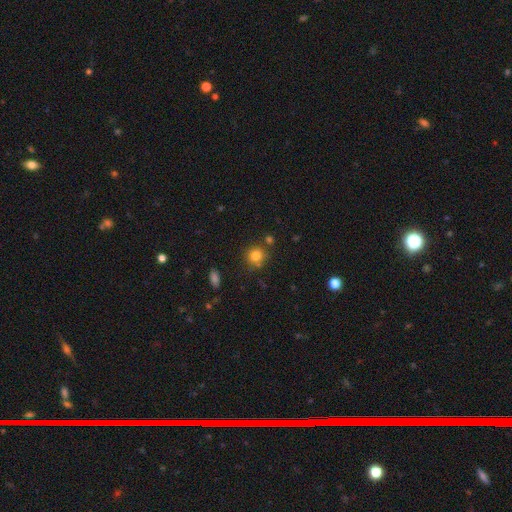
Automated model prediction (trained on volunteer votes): smooth_or_featured: smooth (p=0.81) [alt: star or artifact p=0.13]
how_rounded: round (p=0.88) [alt: in between p=0.11]
merging: none (p=0.75) [alt: minor disturbance p=0.12]